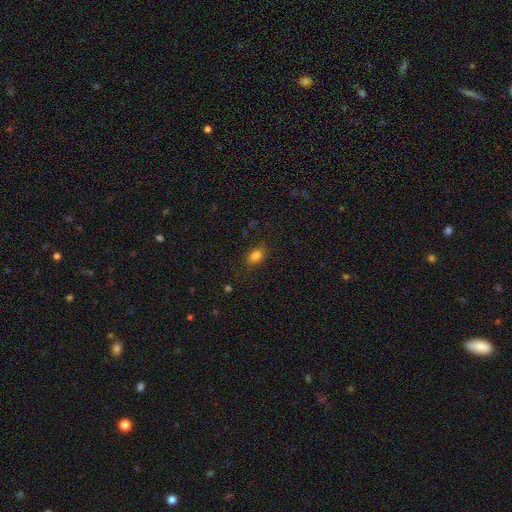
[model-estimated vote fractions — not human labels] Smooth or featured? smooth (83%)
How rounded? in between (74%)
Merging? none (83%)